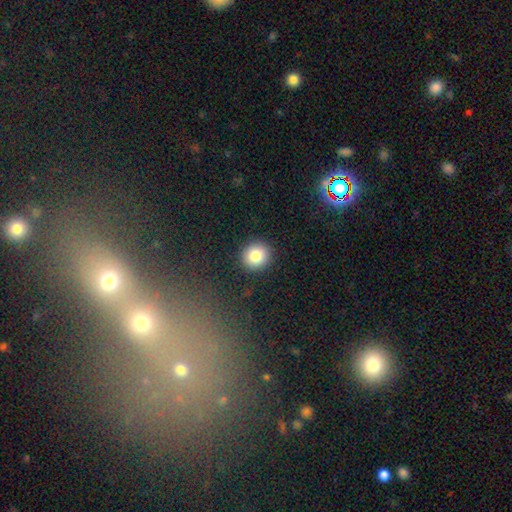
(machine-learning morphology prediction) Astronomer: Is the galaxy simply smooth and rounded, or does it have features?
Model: smooth — 83%.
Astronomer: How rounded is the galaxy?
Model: round — 89%.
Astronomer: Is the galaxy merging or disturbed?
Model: none — 91%.